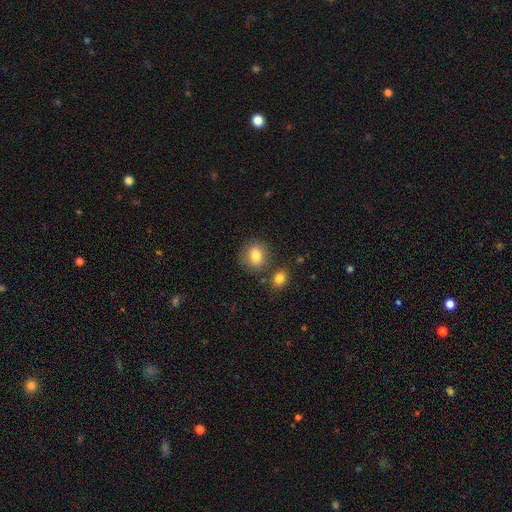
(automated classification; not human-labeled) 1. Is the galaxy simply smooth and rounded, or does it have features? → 82% smooth, 9% featured or disk, 9% star or artifact.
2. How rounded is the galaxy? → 63% round, 36% in between, 1% cigar-shaped.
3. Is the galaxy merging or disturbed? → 74% none, 12% minor disturbance, 10% merger, 4% major disturbance.